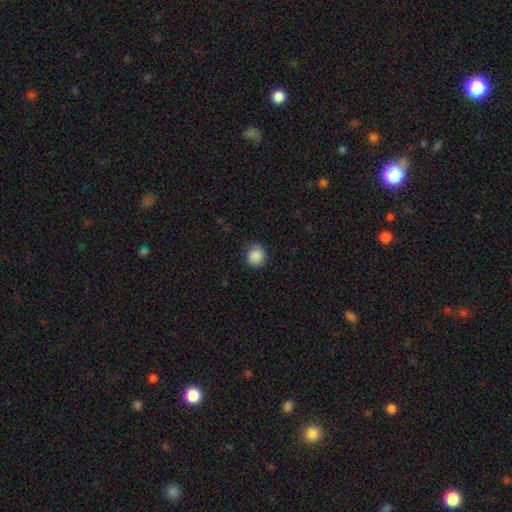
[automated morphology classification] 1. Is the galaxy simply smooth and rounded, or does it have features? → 88% smooth, 8% star or artifact, 4% featured or disk.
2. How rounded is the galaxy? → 86% round, 13% in between, 1% cigar-shaped.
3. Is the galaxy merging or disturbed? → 84% none, 12% minor disturbance, 3% major disturbance, 1% merger.